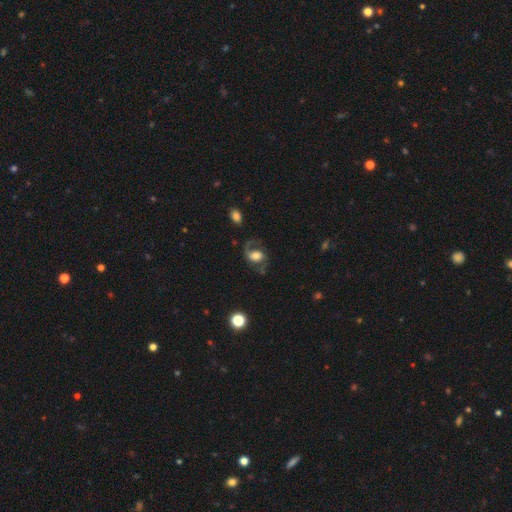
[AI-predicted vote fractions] Smooth or featured: featured or disk — 68% (smooth — 24%)
Edge-on disk: no — 97% (yes — 3%)
Bar: no — 49% (weak — 36%)
Spiral arms: yes — 89% (no — 11%)
Spiral winding: medium — 46% (loose — 42%)
Spiral arm count: 2 — 78% (1 — 16%)
Bulge size: moderate — 44% (large — 36%)
Merging: none — 58% (major disturbance — 21%)